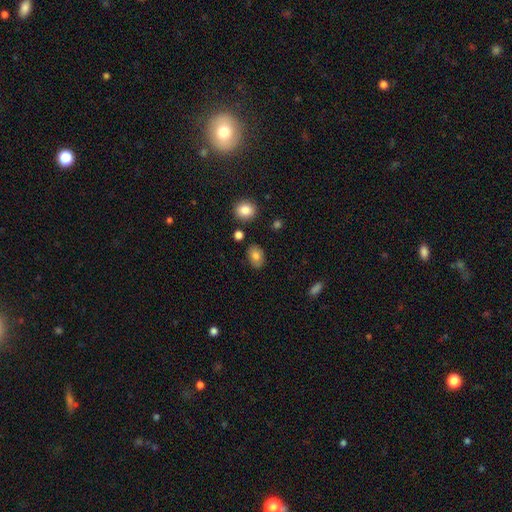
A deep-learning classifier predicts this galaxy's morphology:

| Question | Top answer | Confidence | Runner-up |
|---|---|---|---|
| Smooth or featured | smooth | 80% | featured or disk (11%) |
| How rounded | in between | 78% | round (20%) |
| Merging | none | 82% | minor disturbance (12%) |